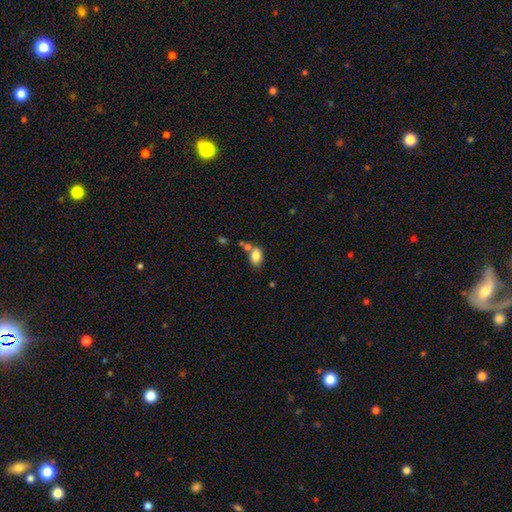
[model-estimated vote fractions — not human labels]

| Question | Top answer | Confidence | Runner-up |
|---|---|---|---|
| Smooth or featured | smooth | 84% | star or artifact (9%) |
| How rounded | in between | 84% | round (15%) |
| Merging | none | 56% | merger (23%) |